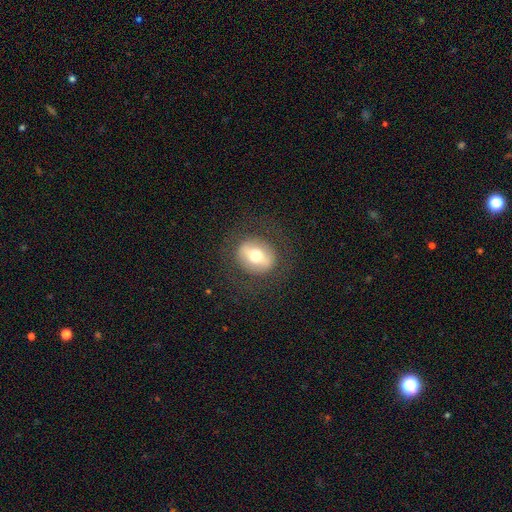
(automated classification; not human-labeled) Smooth or featured? smooth (51%)
How rounded? round (71%)
Merging? none (81%)